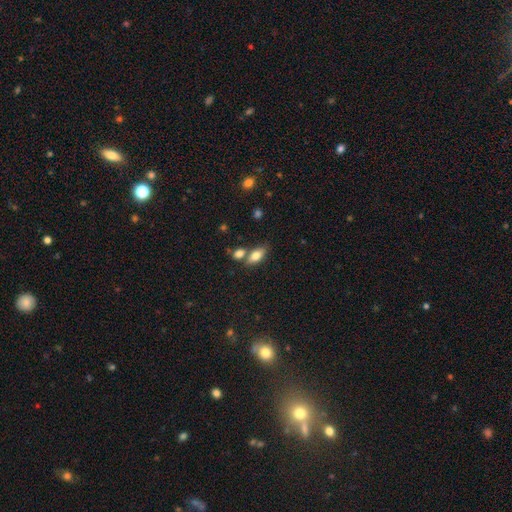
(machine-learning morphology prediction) type=smooth (77%); roundness=in between (84%); merging=none (58%).